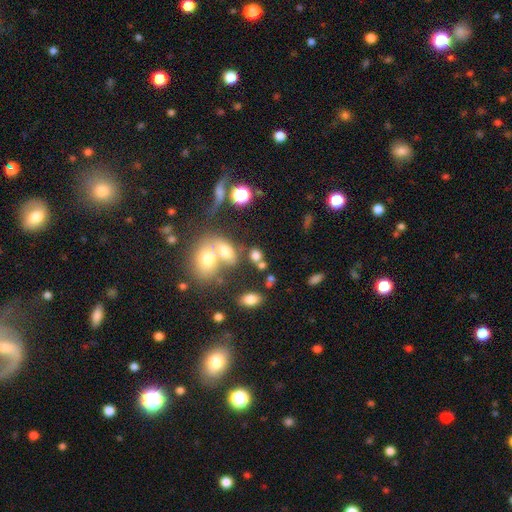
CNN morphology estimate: This appears to be a smooth galaxy with no disk features (69%) that is in between round and cigar-shaped (64%). Merging: merger (41%).